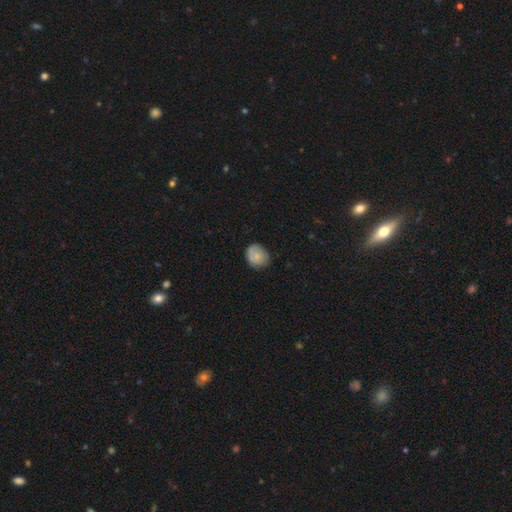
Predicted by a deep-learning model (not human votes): smooth-or-featured: smooth: 71% | featured or disk: 21% | star or artifact: 7%
  how-rounded: round: 59% | in between: 40% | cigar-shaped: 1%
  merging: none: 67% | minor disturbance: 26% | major disturbance: 5% | merger: 1%